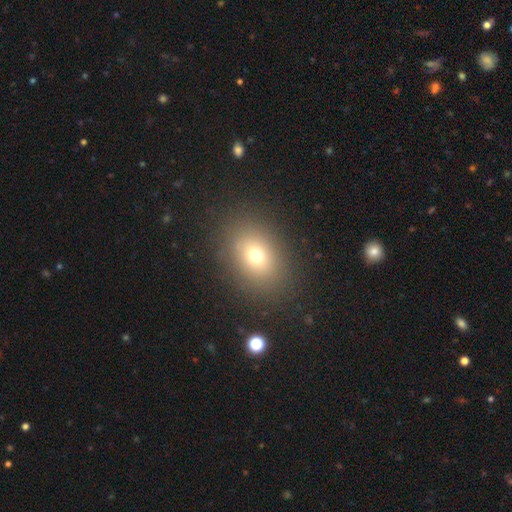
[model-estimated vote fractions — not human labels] This appears to be a smooth galaxy with no disk features (70%) that is in between round and cigar-shaped (58%). Merging: none (85%).